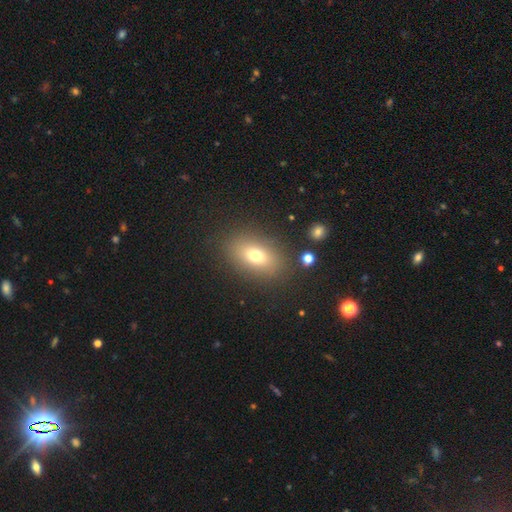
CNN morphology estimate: Smooth or featured? Predicted: smooth (p=0.71). How rounded? Predicted: in between (p=0.80). Merging? Predicted: none (p=0.84).